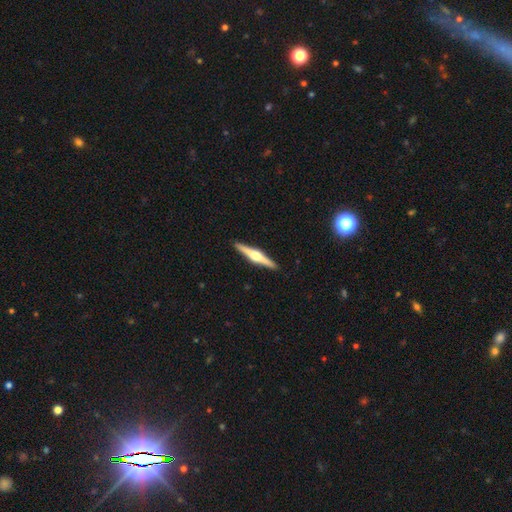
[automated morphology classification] Smooth or featured? Predicted: featured or disk (p=0.77). Edge-on disk? Predicted: yes (p=0.99). Edge-on bulge? Predicted: rounded (p=0.94). Merging? Predicted: none (p=0.93).